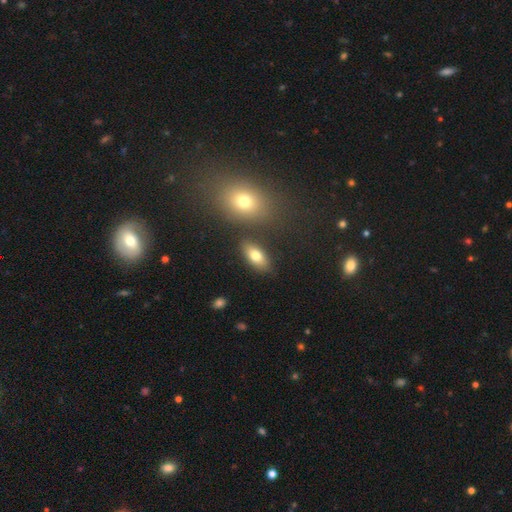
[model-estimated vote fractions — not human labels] Overall: smooth (77%). How rounded: in between (89%). Merging: none (82%).